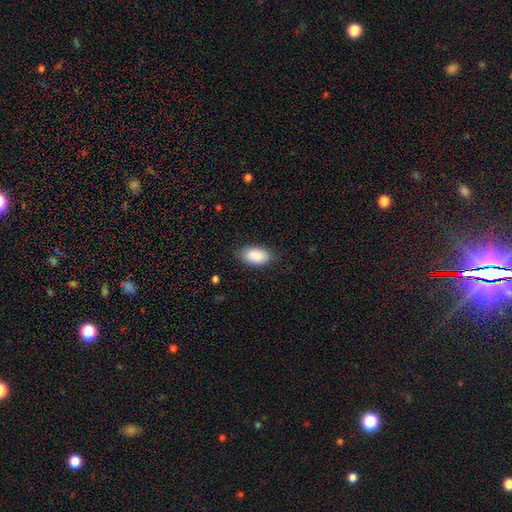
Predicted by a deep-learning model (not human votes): Smooth or featured?
  - smooth: 90% *
  - star or artifact: 6%
  - featured or disk: 4%
How rounded?
  - in between: 94% *
  - round: 3%
  - cigar-shaped: 2%
Merging?
  - none: 83% *
  - minor disturbance: 13%
  - major disturbance: 3%
  - merger: 1%